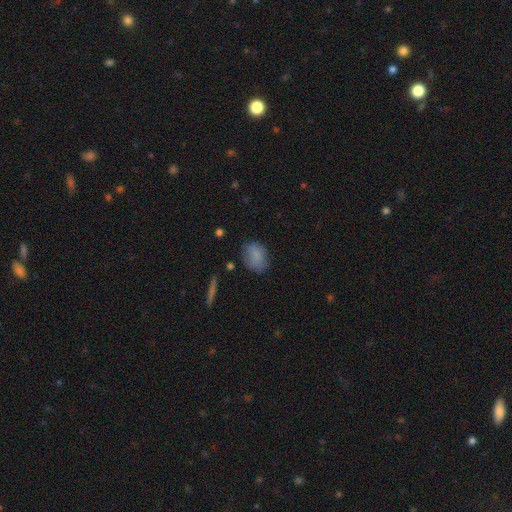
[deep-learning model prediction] Smooth or featured: smooth — 82% (featured or disk — 9%)
How rounded: in between — 69% (round — 29%)
Merging: none — 70% (minor disturbance — 22%)